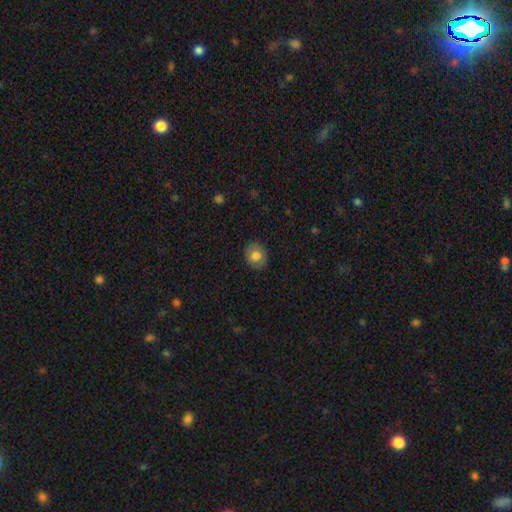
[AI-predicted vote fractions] A smooth galaxy with no disk features (79%) that is round (70%). Merging: none (87%).